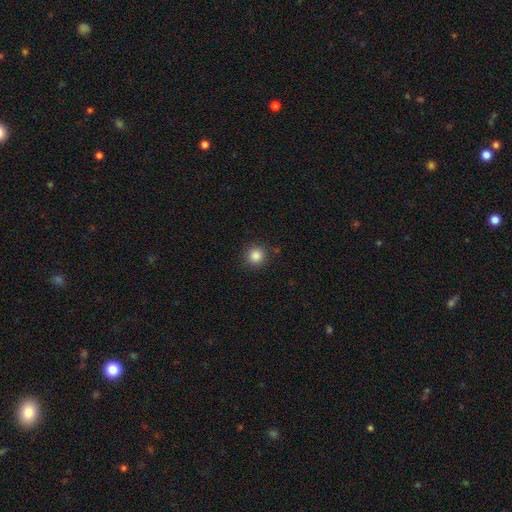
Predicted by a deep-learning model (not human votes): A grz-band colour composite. It shows a smooth galaxy with no disk features (85%) that is round (94%). Merging: none (88%).